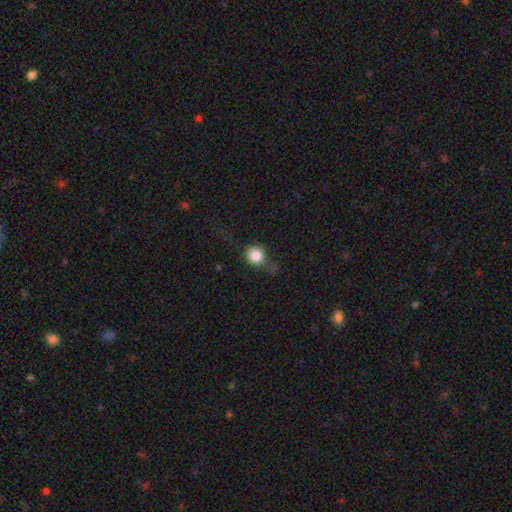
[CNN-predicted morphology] type=smooth (77%); roundness=round (88%); merging=none (48%).